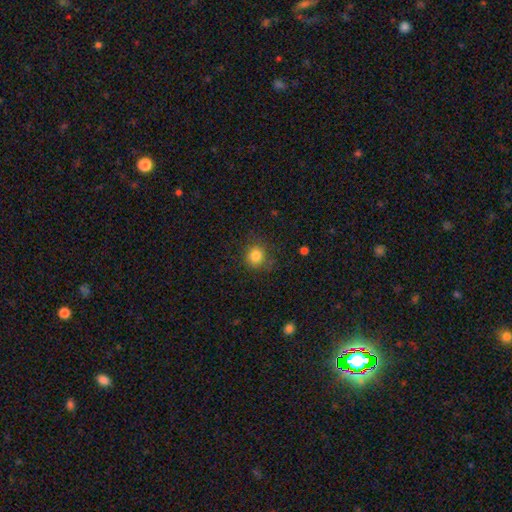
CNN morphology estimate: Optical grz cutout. It shows a smooth galaxy with no disk features (83%) that is round (88%). Merging: none (83%).